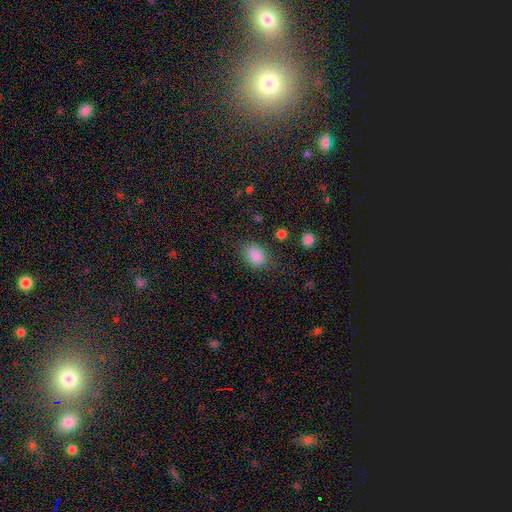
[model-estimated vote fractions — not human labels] smooth_or_featured: smooth (p=0.86) [alt: star or artifact p=0.10]
how_rounded: in between (p=0.69) [alt: round p=0.29]
merging: none (p=0.76) [alt: minor disturbance p=0.17]